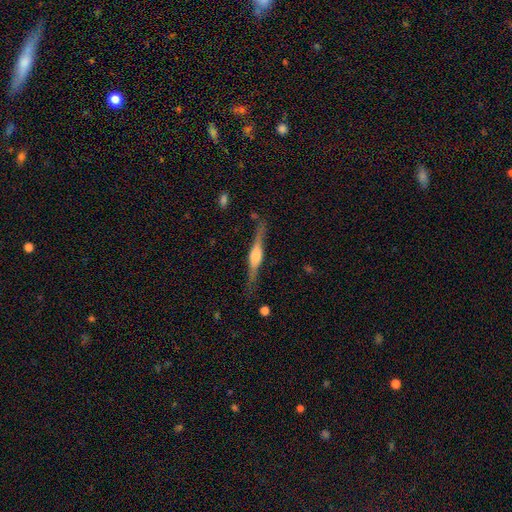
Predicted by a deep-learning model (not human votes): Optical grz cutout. It shows a featured or disk galaxy (77%) viewed edge-on (98%) with a rounded central bulge (76%). Merging: none (83%).